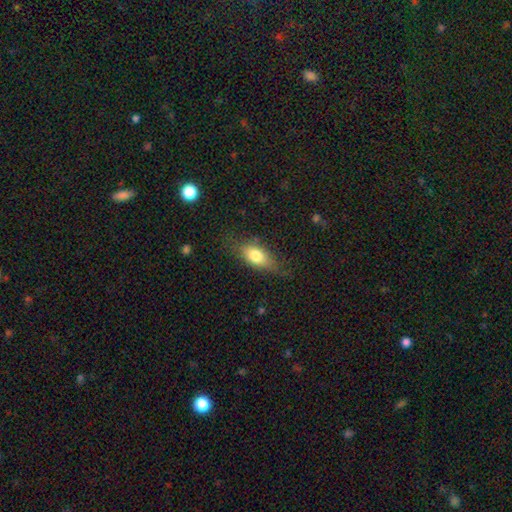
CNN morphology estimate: A smooth galaxy with no disk features (74%) that is in between round and cigar-shaped (80%).

Vote fractions:
- Smooth or featured? smooth: 74% / featured or disk: 18% / star or artifact: 8%
- How rounded? in between: 80% / cigar-shaped: 13% / round: 7%
- Merging? none: 69% / minor disturbance: 22% / major disturbance: 8% / merger: 1%